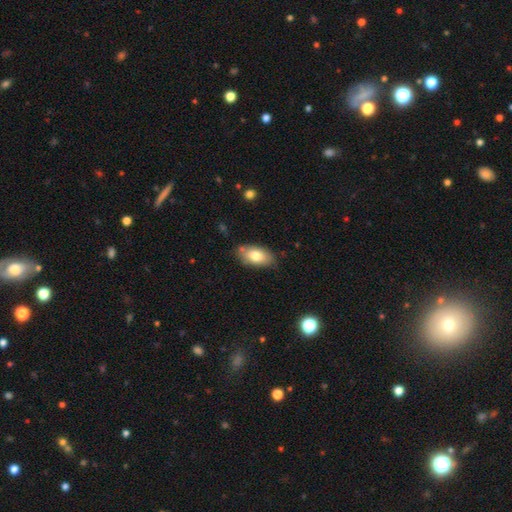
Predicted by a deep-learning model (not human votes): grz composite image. It shows a smooth galaxy with no disk features (77%) that is in between round and cigar-shaped (92%). Merging: none (74%).